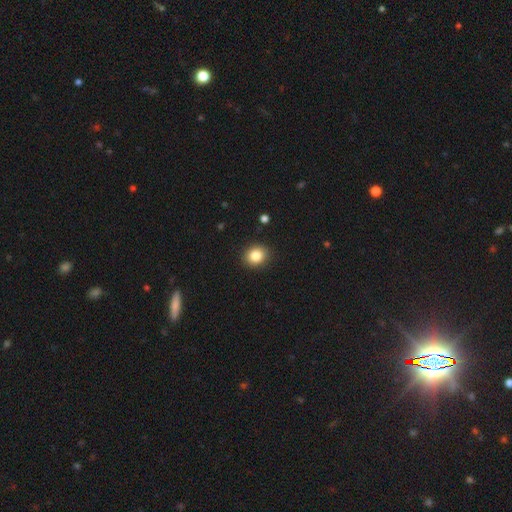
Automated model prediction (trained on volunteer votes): A smooth galaxy with no disk features (84%) that is round (68%). Merging: none (90%).